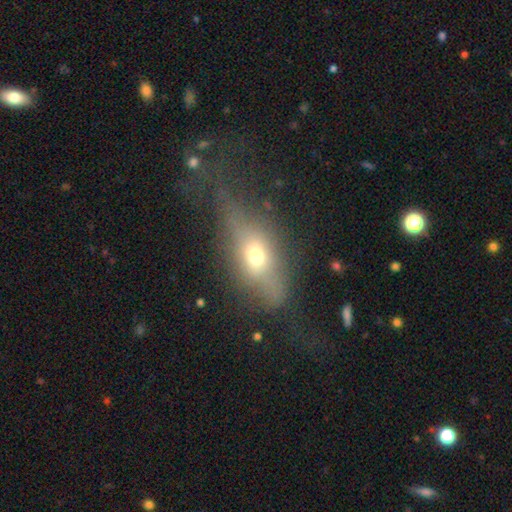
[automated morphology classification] Overall: smooth (54%; featured or disk 33%). How rounded: in between (70%). Merging: none (36%; major disturbance 35%).